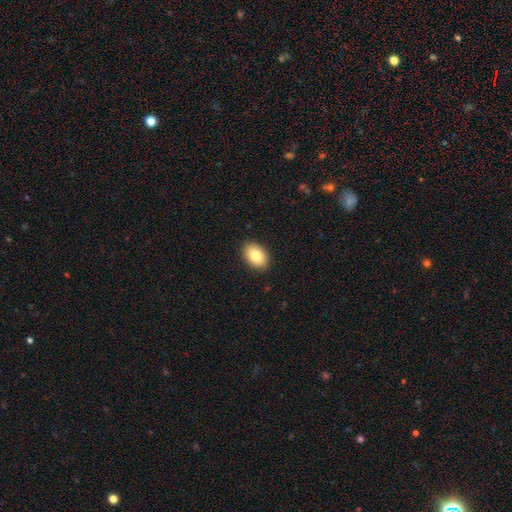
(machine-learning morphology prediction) A smooth galaxy with no disk features (83%) that is in between round and cigar-shaped (88%). Merging: none (89%).